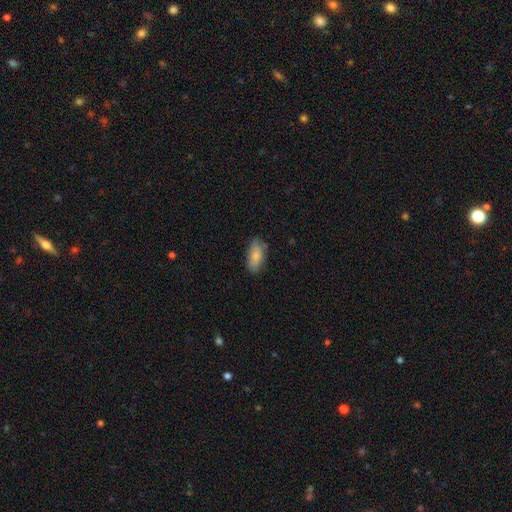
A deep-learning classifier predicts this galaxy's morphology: Q: Smooth or featured?
A: smooth (81%); runner-up: featured or disk (13%)
Q: How rounded?
A: in between (88%); runner-up: cigar-shaped (10%)
Q: Merging?
A: none (74%); runner-up: minor disturbance (21%)